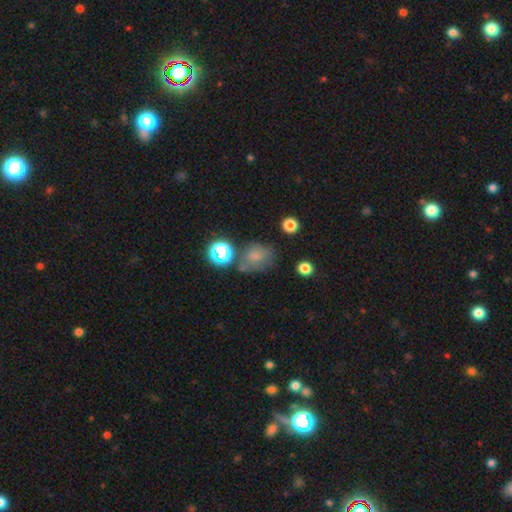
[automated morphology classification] This appears to be a smooth galaxy with no disk features (66%) that is round (55%). Merging: none (49%).